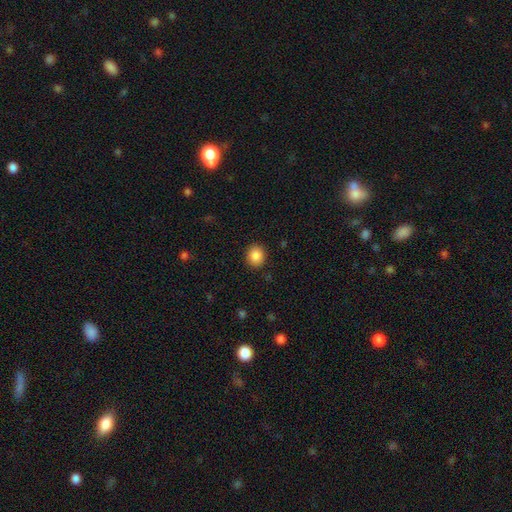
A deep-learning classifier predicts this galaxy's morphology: Smooth or featured? smooth (88%)
How rounded? round (72%)
Merging? none (90%)